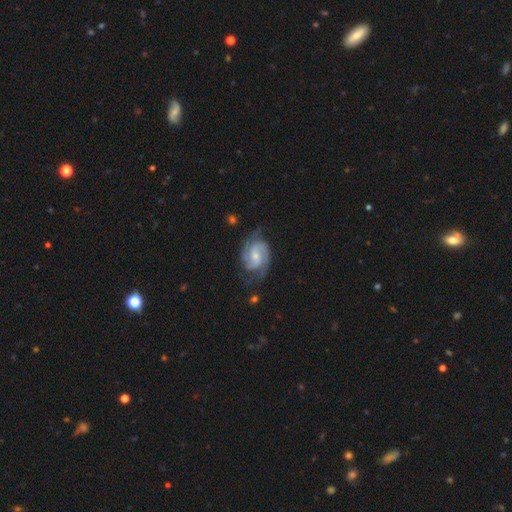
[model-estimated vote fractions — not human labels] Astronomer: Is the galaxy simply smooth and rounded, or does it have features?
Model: featured or disk — 88%.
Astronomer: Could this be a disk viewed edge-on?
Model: no — 98%.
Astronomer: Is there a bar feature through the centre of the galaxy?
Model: weak — 49% (runner-up: no, 42%).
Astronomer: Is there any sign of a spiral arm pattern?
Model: yes — 98%.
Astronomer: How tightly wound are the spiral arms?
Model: medium — 52% (runner-up: tight, 34%).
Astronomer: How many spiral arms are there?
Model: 2 — 83%.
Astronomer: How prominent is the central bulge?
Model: small — 47% (runner-up: moderate, 43%).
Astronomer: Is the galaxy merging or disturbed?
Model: none — 70%.